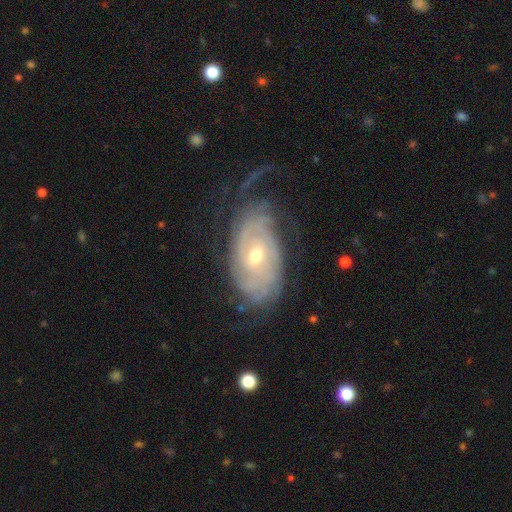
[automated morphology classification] The model was most divided on "bulge size": moderate: 56%, small: 40%, large: 2%, none: 1%, dominant: 1%. Remaining: edge-on disk — no (95%); spiral arms — yes (94%); smooth or featured — featured or disk (86%); spiral winding — tight (73%); merging — none (58%); bar — no (57%); spiral arm count — can't tell (44%).